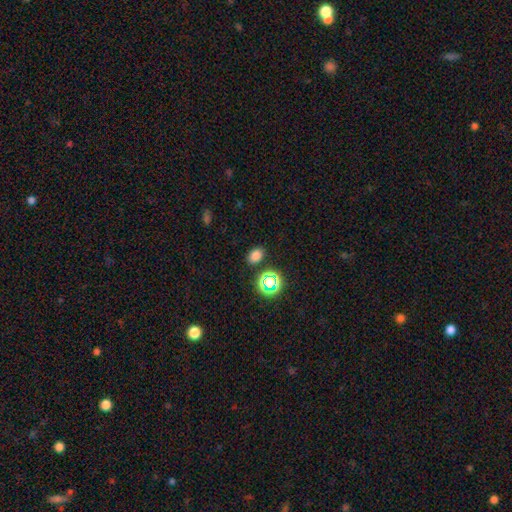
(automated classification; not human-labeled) A smooth galaxy with no disk features (75%) that is in between round and cigar-shaped (74%). Merging: none (85%).